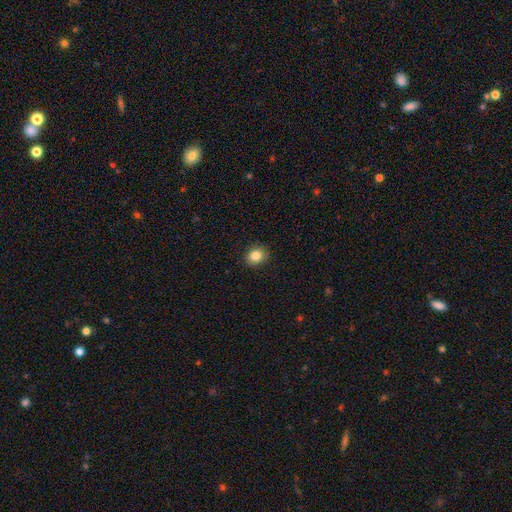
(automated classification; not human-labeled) This is clearly a smooth galaxy (85%). How rounded: possibly round (56%). Merging: clearly none (89%).